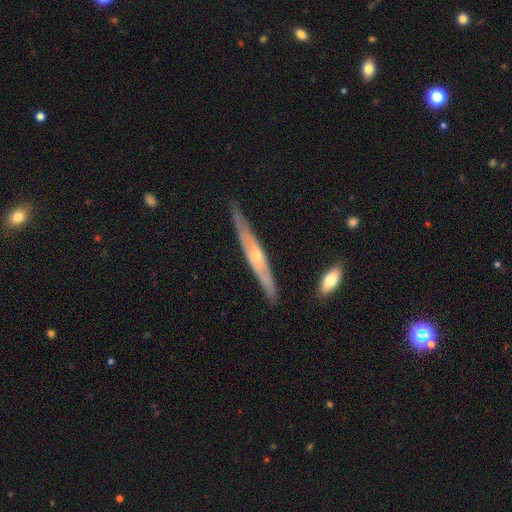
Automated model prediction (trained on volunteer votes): The model was most divided on "edge-on bulge": rounded: 73%, none: 23%, boxy: 3%. More confident: edge-on disk — yes (88%); merging — none (83%); smooth or featured — featured or disk (74%).